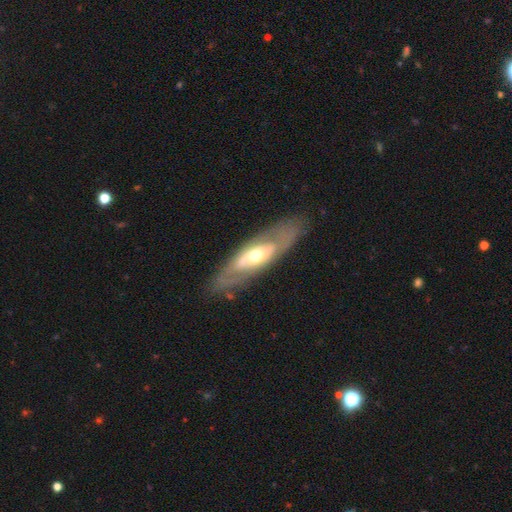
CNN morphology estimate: featured or disk 67%, smooth 28%, star or artifact 5%. Down the decision tree: edge-on disk — no (74%); merging — none (79%).